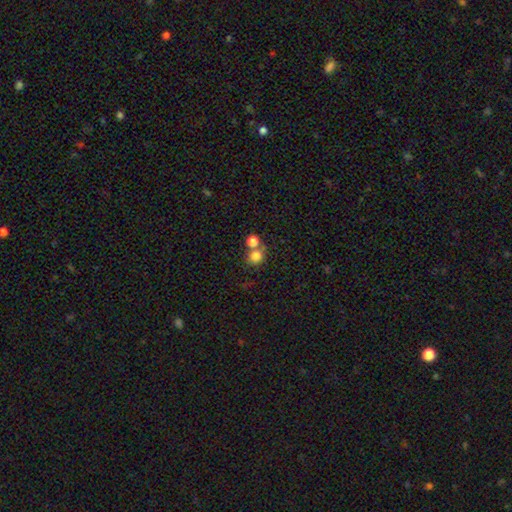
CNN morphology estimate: Smooth or featured: smooth — 80% (star or artifact — 12%)
How rounded: round — 80% (in between — 19%)
Merging: none — 51% (merger — 35%)